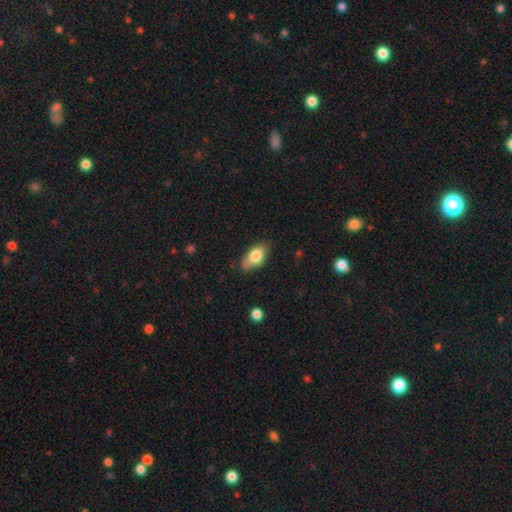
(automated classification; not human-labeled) This appears to be a smooth galaxy with no disk features (78%) that is in between round and cigar-shaped (89%). Merging: none (69%).